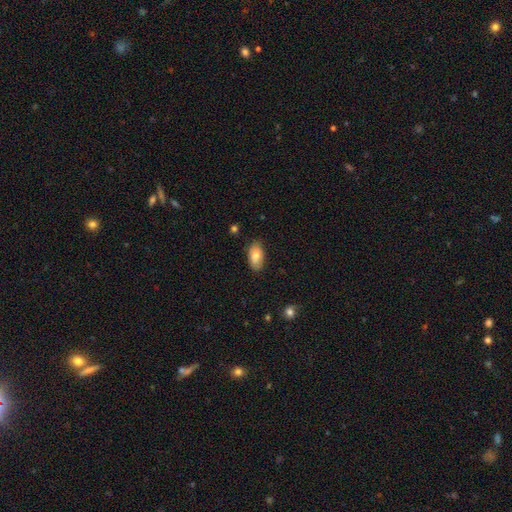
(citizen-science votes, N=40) Morphology: type=smooth (95%); roundness=in between (92%); merging=none (82%).